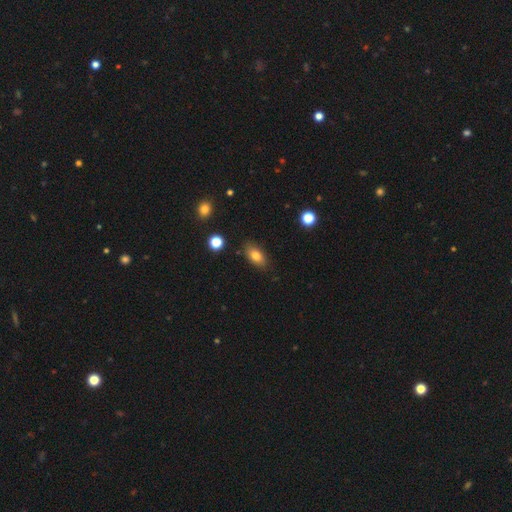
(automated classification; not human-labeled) smooth 79%, featured or disk 12%, star or artifact 9%. Down the decision tree: how rounded — in between (87%); merging — none (85%).